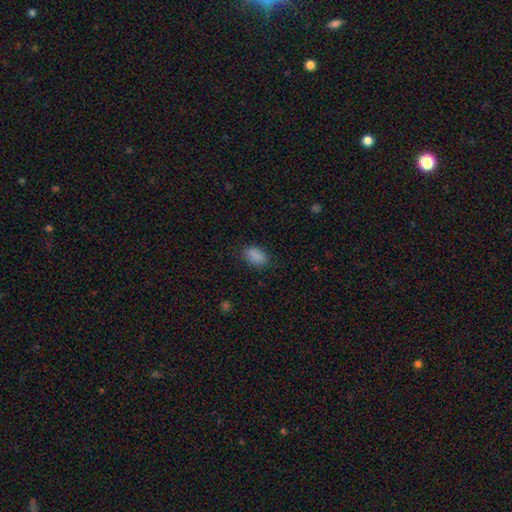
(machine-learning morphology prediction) Q: Smooth or featured?
A: smooth (86%); runner-up: star or artifact (10%)
Q: How rounded?
A: in between (90%); runner-up: round (8%)
Q: Merging?
A: none (81%); runner-up: minor disturbance (14%)